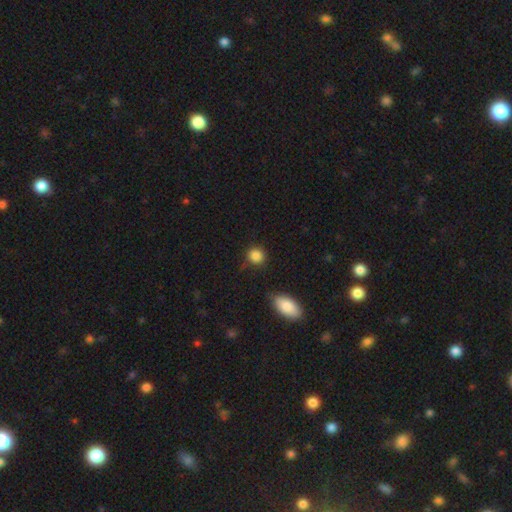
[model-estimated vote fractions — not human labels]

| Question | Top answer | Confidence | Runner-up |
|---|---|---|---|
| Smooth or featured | smooth | 87% | star or artifact (9%) |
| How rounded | round | 84% | in between (15%) |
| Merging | none | 80% | minor disturbance (13%) |